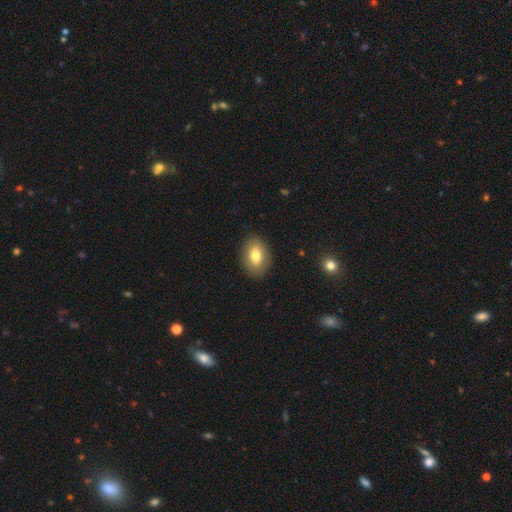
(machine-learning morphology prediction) Smooth or featured? Predicted: smooth (p=0.77). How rounded? Predicted: in between (p=0.81). Merging? Predicted: none (p=0.87).